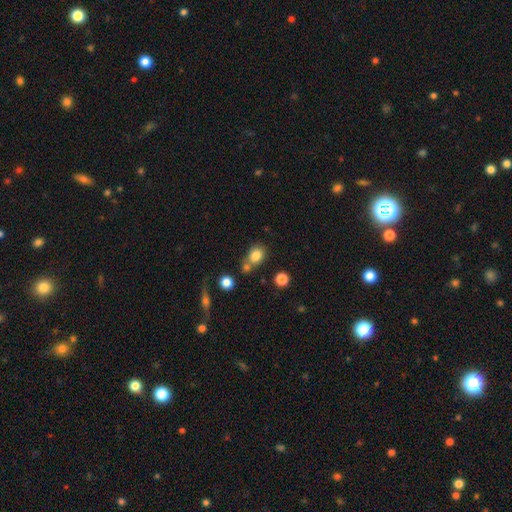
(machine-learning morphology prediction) A smooth galaxy with no disk features (82%) that is in between round and cigar-shaped (50%).

Vote fractions:
- Smooth or featured? smooth: 82% / star or artifact: 11% / featured or disk: 7%
- How rounded? in between: 50% / round: 48% / cigar-shaped: 1%
- Merging? none: 57% / merger: 24% / minor disturbance: 14% / major disturbance: 5%